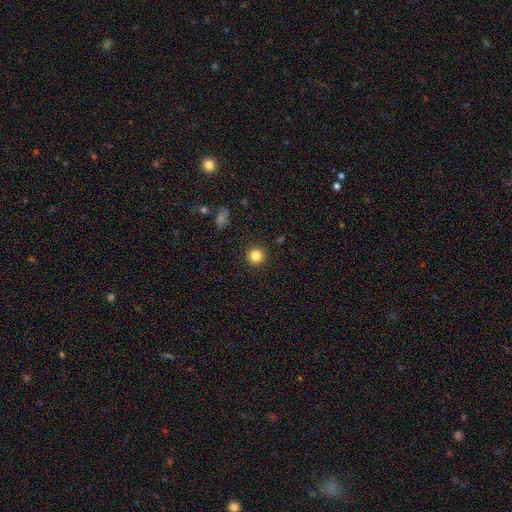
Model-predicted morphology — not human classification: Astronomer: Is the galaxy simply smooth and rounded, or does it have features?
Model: smooth — 83%.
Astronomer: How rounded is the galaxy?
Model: round — 95%.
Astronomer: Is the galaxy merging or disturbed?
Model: none — 92%.